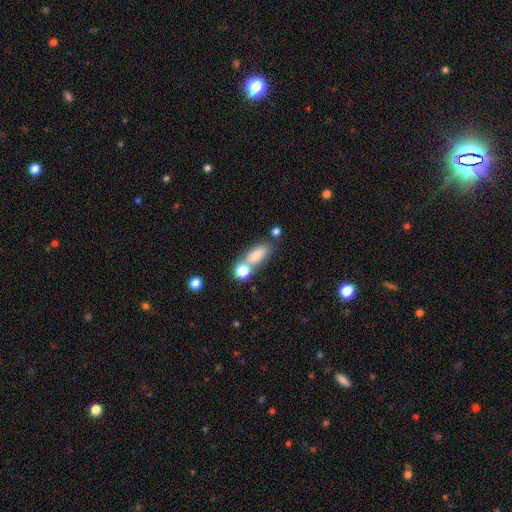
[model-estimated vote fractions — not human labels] Smooth or featured? Predicted: smooth (p=0.79). How rounded? Predicted: in between (p=0.73). Merging? Predicted: none (p=0.51).